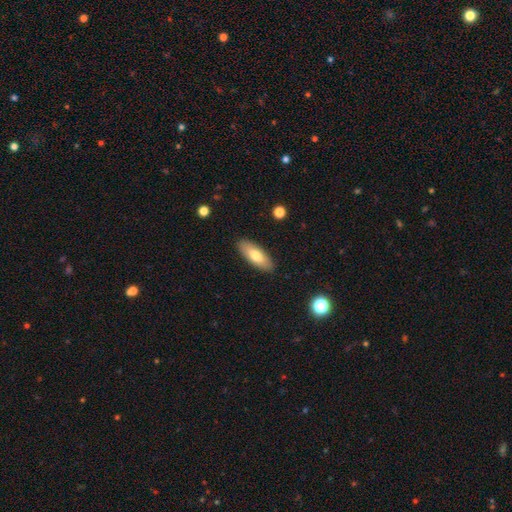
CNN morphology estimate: Smooth or featured: smooth — 74% (featured or disk — 20%)
How rounded: in between — 74% (cigar-shaped — 24%)
Merging: none — 89% (minor disturbance — 8%)